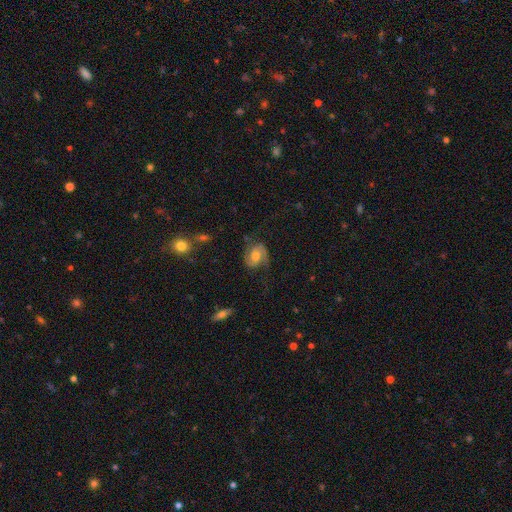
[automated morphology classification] featured or disk 63%, smooth 28%, star or artifact 9%. Down the decision tree: edge-on disk — no (96%); bar — no (60%); spiral arms — yes (89%); spiral arm count — 2 (78%); spiral winding — medium (44%); bulge size — moderate (65%); merging — none (62%).